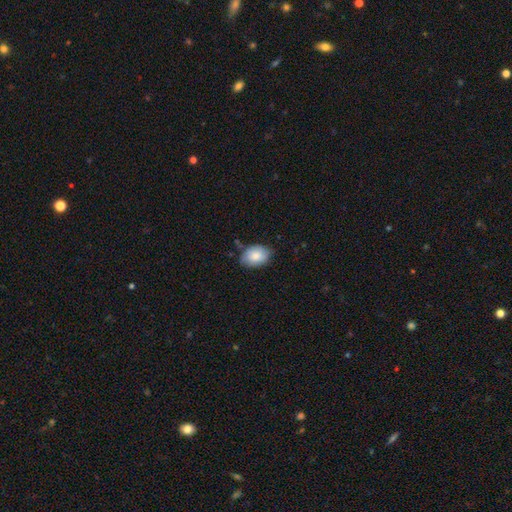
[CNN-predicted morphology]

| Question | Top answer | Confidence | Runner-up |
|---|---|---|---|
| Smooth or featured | smooth | 82% | featured or disk (11%) |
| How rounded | in between | 79% | round (20%) |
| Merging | none | 75% | minor disturbance (20%) |